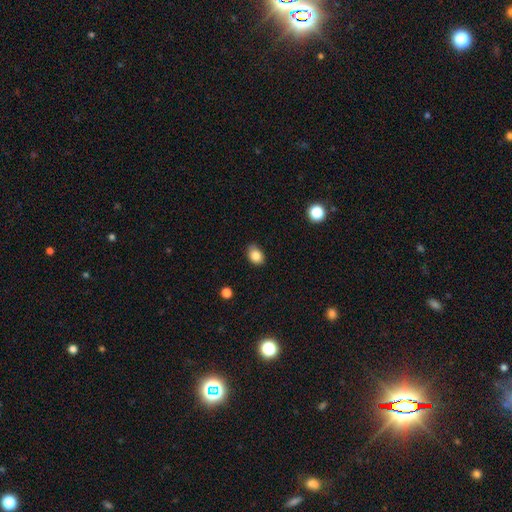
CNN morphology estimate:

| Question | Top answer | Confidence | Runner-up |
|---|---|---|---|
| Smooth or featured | smooth | 85% | star or artifact (9%) |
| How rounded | in between | 73% | round (26%) |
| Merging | none | 78% | minor disturbance (18%) |